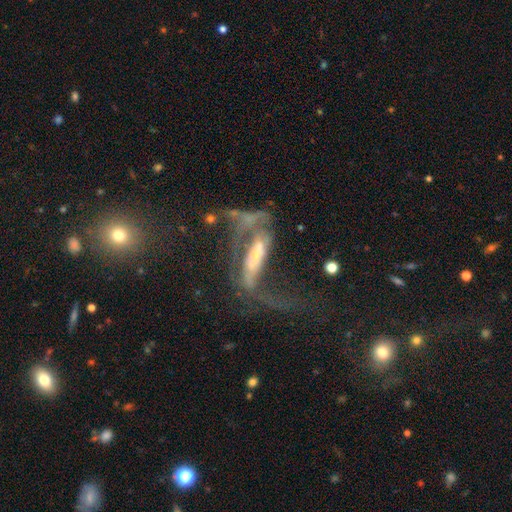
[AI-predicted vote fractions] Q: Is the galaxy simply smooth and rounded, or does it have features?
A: featured or disk — 68%.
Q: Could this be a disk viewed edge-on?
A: no — 75%.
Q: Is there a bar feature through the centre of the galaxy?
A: strong — 45%.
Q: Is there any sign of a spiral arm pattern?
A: yes — 64%.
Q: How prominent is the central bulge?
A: small — 40%.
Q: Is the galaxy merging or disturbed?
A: major disturbance — 53%.